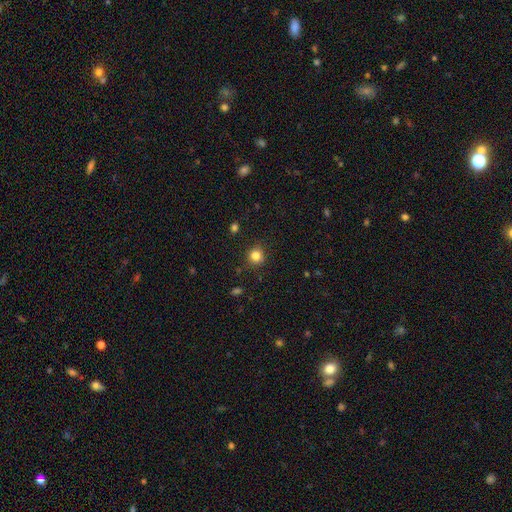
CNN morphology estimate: This is clearly a smooth galaxy (83%). How rounded: clearly round (91%). Merging: clearly none (88%).